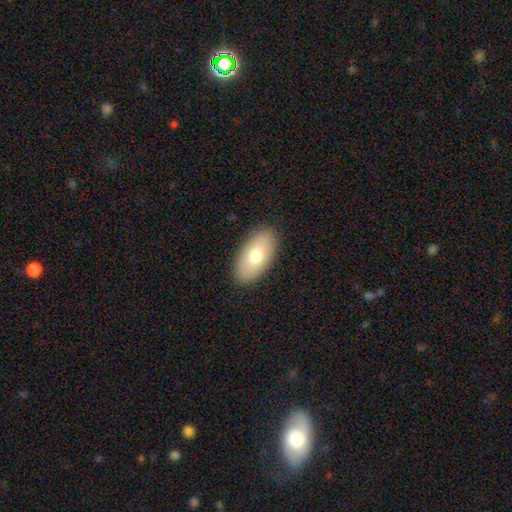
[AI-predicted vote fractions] This appears to be a smooth galaxy with no disk features (73%) that is in between round and cigar-shaped (94%). Merging: none (88%).